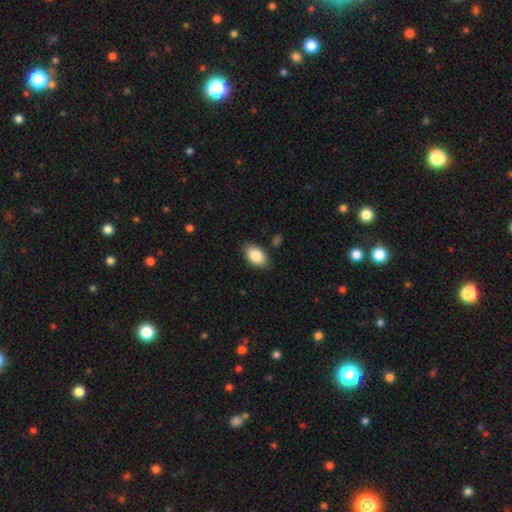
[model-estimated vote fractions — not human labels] smooth 85%, featured or disk 8%, star or artifact 7%. Down the decision tree: how rounded — in between (93%); merging — none (86%).